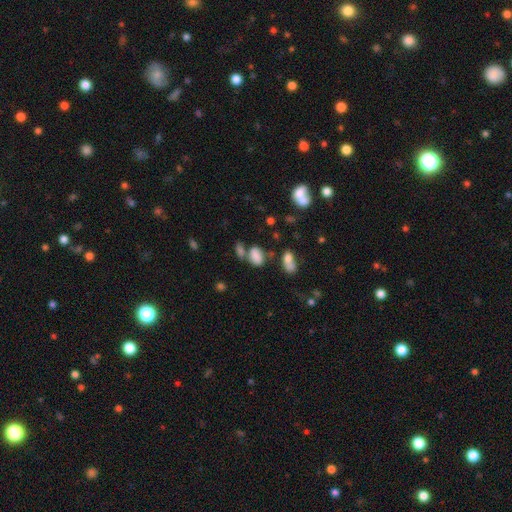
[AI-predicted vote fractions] Morphology: type=smooth (77%); roundness=in between (84%); merging=none (43%).